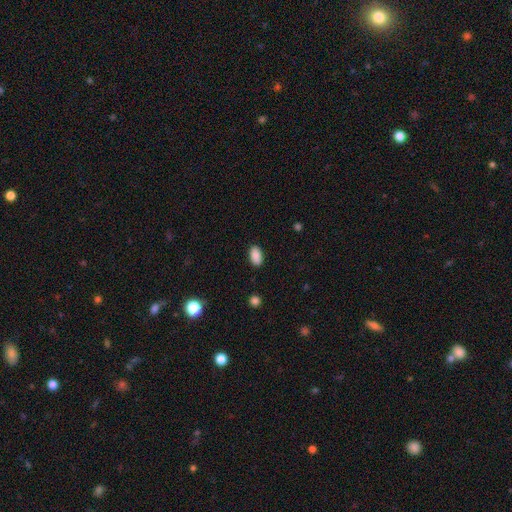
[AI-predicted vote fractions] smooth-or-featured: smooth: 89% | star or artifact: 8% | featured or disk: 3%
  how-rounded: in between: 93% | round: 4% | cigar-shaped: 3%
  merging: none: 88% | minor disturbance: 9% | major disturbance: 2% | merger: 1%